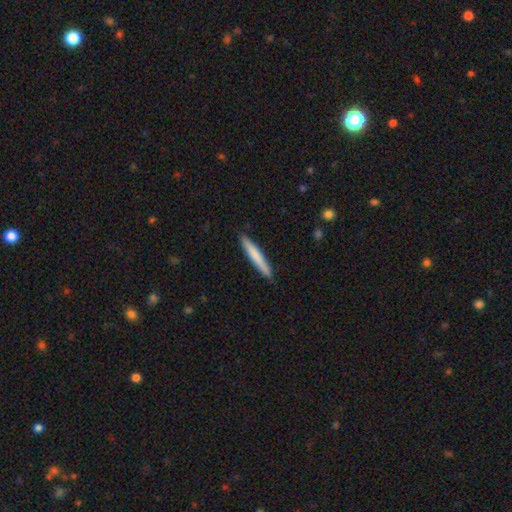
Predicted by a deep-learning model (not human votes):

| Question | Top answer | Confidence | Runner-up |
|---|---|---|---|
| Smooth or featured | smooth | 73% | featured or disk (22%) |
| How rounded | cigar-shaped | 95% | in between (4%) |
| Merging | none | 89% | minor disturbance (8%) |